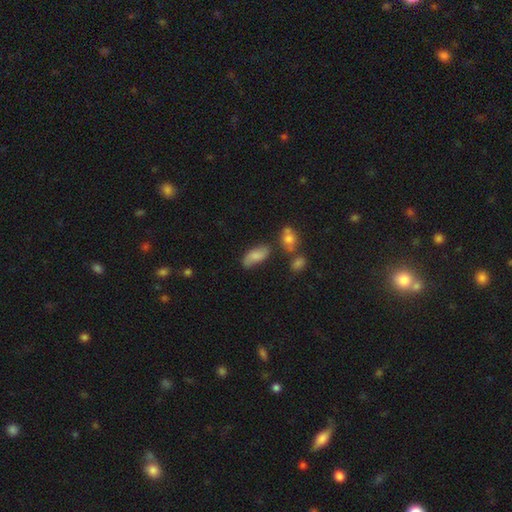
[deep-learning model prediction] Q: Smooth or featured?
A: smooth (65%); runner-up: featured or disk (26%)
Q: How rounded?
A: in between (88%); runner-up: cigar-shaped (8%)
Q: Merging?
A: none (63%); runner-up: minor disturbance (23%)